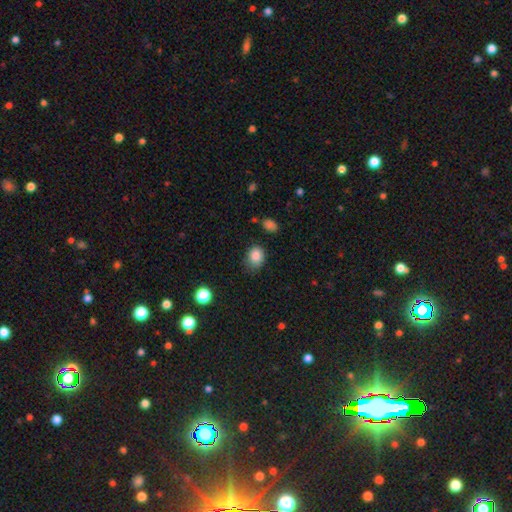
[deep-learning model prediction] The model was most divided on "how rounded": in between: 50%, round: 49%, cigar-shaped: 1%. More confident: smooth or featured — smooth (85%); merging — none (68%).